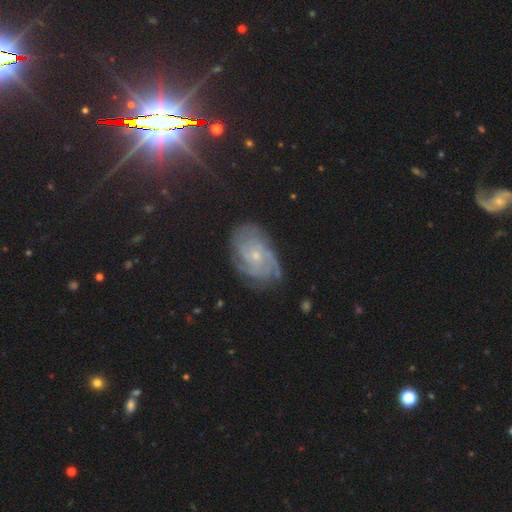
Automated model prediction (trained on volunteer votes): Overall: featured or disk (78%). Edge-on disk: no (97%). Bar: no (72%). Spiral arms: yes (94%). Spiral arm count: can't tell (35%; 3 18%). Spiral winding: tight (62%; medium 30%). Bulge size: small (75%). Merging: none (74%).